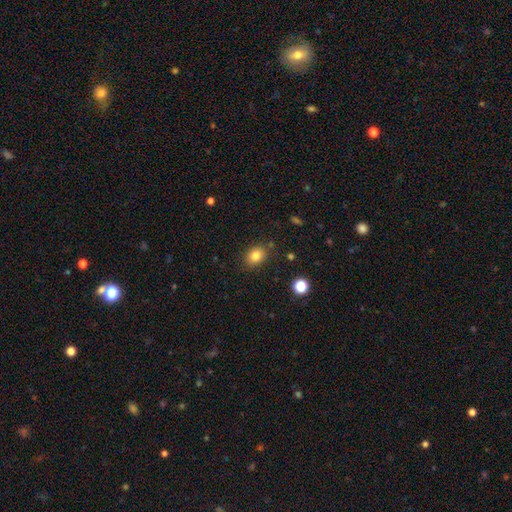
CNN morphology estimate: The model was most divided on "how rounded": in between: 62%, round: 37%, cigar-shaped: 1%. More confident: smooth or featured — smooth (83%); merging — none (82%).